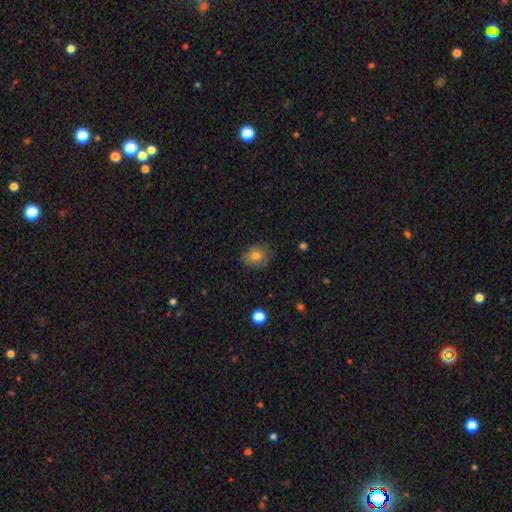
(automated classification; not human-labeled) smooth 75%, featured or disk 14%, star or artifact 10%. Down the decision tree: how rounded — round (63%); merging — none (75%).